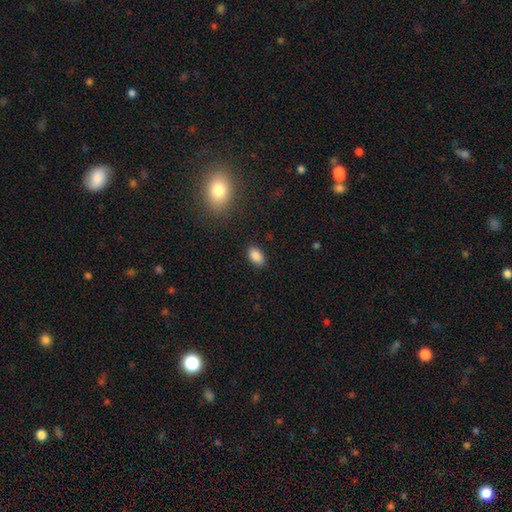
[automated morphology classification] Smooth or featured? Predicted: smooth (p=0.87). How rounded? Predicted: in between (p=0.92). Merging? Predicted: none (p=0.86).